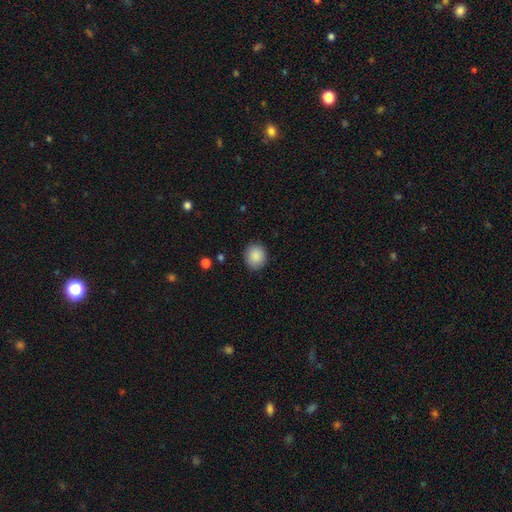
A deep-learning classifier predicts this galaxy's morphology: type=smooth (88%); roundness=round (81%); merging=none (89%).